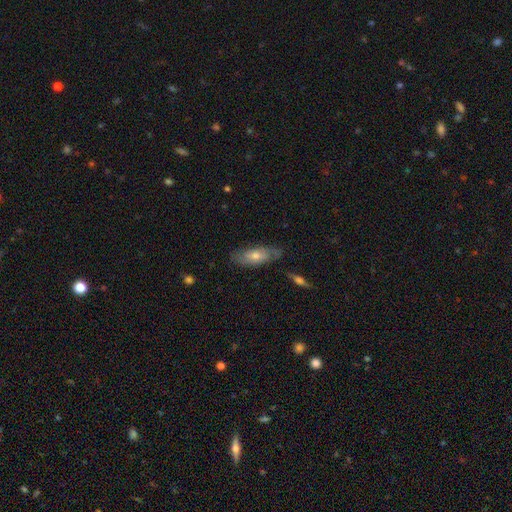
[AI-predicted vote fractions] A featured or disk galaxy (54%).

Vote fractions:
- Smooth or featured? featured or disk: 54% / smooth: 39% / star or artifact: 8%
- Edge-on disk? no: 77% / yes: 23%
- Merging? none: 76% / minor disturbance: 18% / major disturbance: 5% / merger: 2%